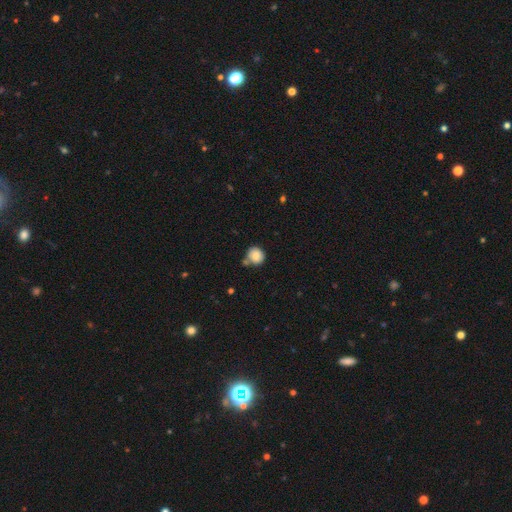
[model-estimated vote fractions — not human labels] Smooth or featured? Predicted: smooth (p=0.83). How rounded? Predicted: round (p=0.88). Merging? Predicted: none (p=0.63).